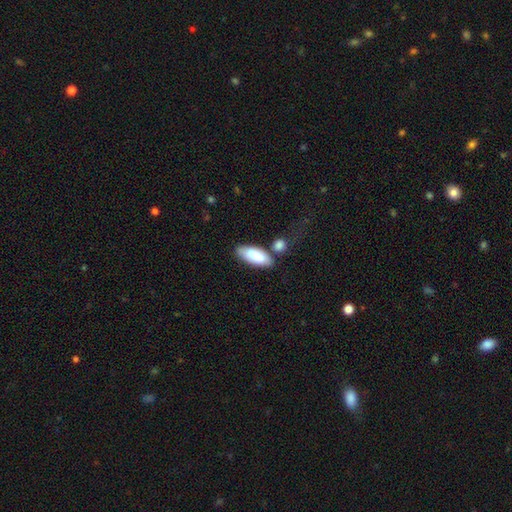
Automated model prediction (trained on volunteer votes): This appears to be a smooth galaxy with no disk features (80%) that is in between round and cigar-shaped (78%). Merging: none (57%).